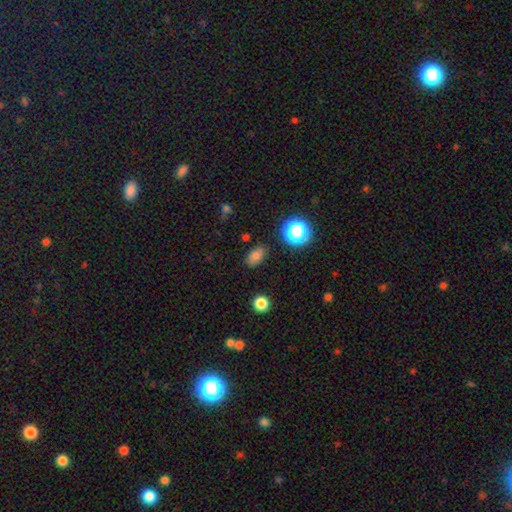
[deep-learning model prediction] Smooth or featured? Predicted: smooth (p=0.79). How rounded? Predicted: in between (p=0.84). Merging? Predicted: none (p=0.84).